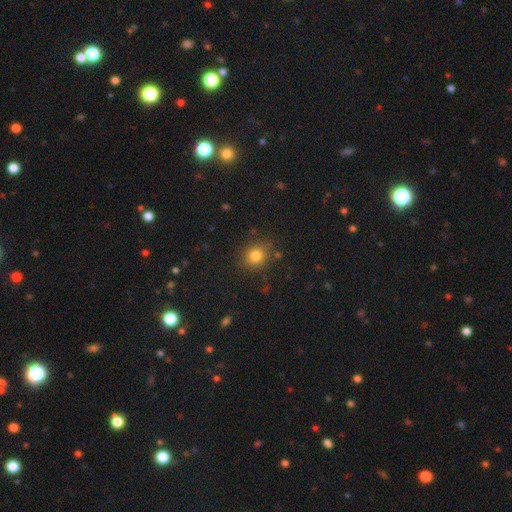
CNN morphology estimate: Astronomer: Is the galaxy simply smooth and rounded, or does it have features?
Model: smooth — 80%.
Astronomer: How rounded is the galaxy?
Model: round — 73%.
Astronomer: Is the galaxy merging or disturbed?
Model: none — 84%.